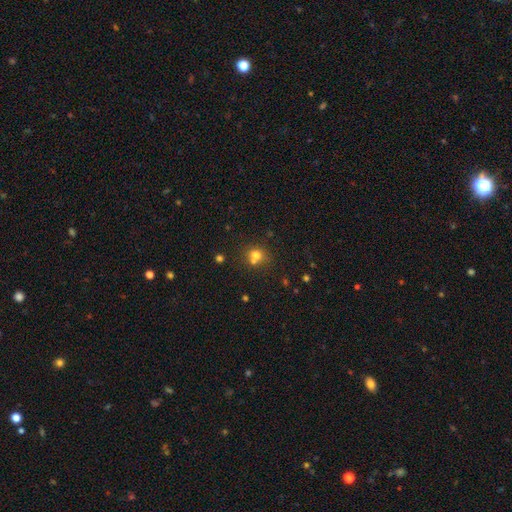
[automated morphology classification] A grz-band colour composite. It shows a smooth galaxy with no disk features (72%) that is round (81%). Merging: none (50%).